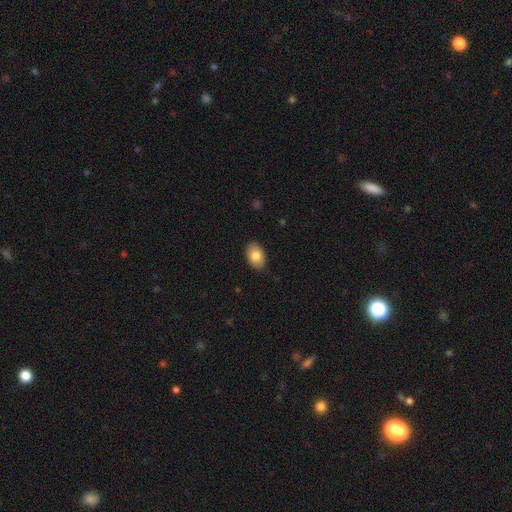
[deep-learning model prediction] Smooth or featured? Predicted: smooth (p=0.83). How rounded? Predicted: in between (p=0.87). Merging? Predicted: none (p=0.87).